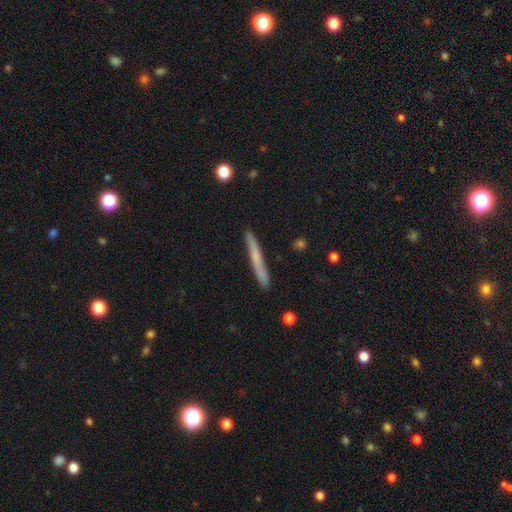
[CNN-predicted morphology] A smooth galaxy with no disk features (58%) that is cigar-shaped (96%). Merging: none (87%).